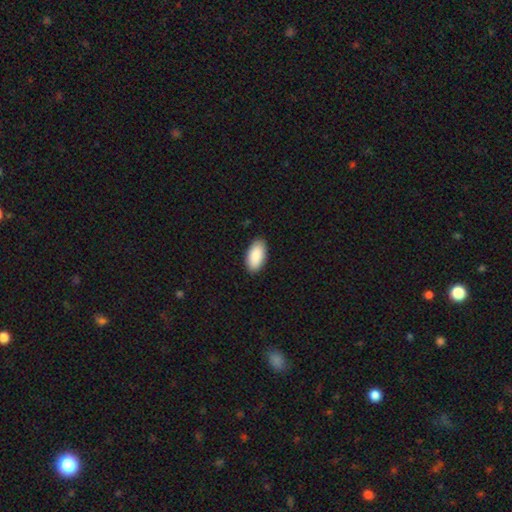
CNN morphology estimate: type=smooth (91%); roundness=in between (96%); merging=none (88%).